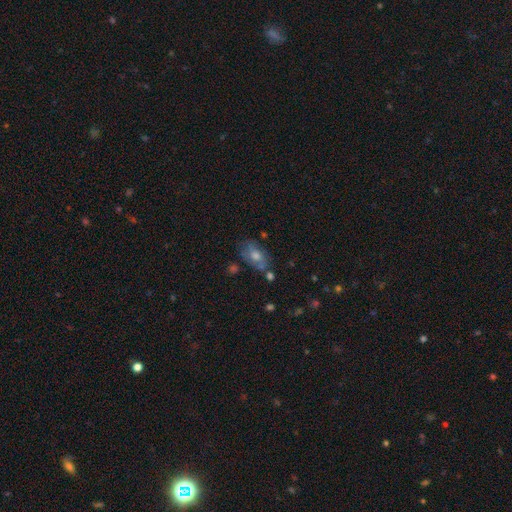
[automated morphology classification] Q: Smooth or featured?
A: smooth (50%); runner-up: featured or disk (37%)
Q: Merging?
A: none (65%); runner-up: minor disturbance (20%)